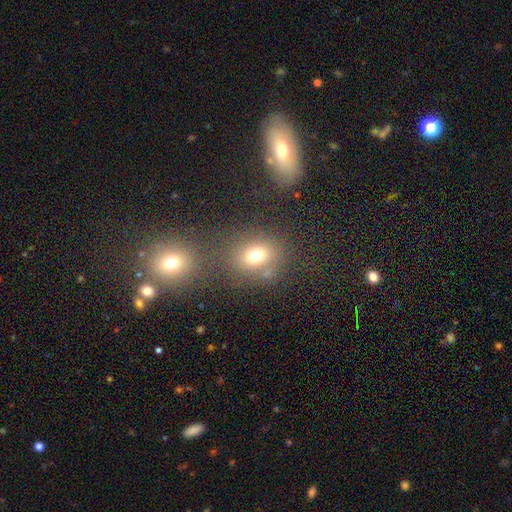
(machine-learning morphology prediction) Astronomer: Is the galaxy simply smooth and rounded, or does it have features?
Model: smooth — 72%.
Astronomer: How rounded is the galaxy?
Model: round — 56% (runner-up: in between, 43%).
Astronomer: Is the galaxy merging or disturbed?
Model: none — 64%.